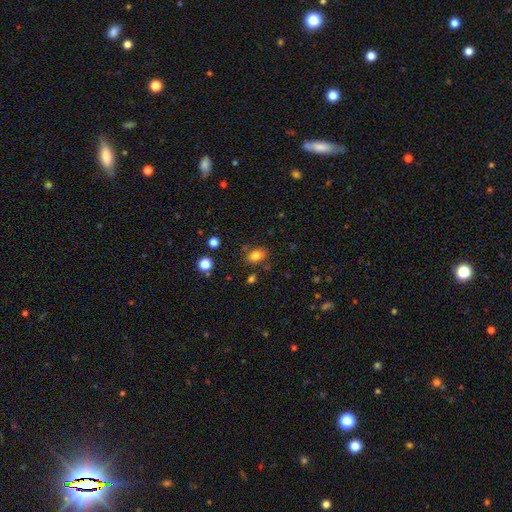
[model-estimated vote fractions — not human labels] smooth-or-featured: smooth: 80% | star or artifact: 12% | featured or disk: 8%
  how-rounded: in between: 69% | round: 30% | cigar-shaped: 1%
  merging: none: 75% | minor disturbance: 16% | merger: 5% | major disturbance: 4%